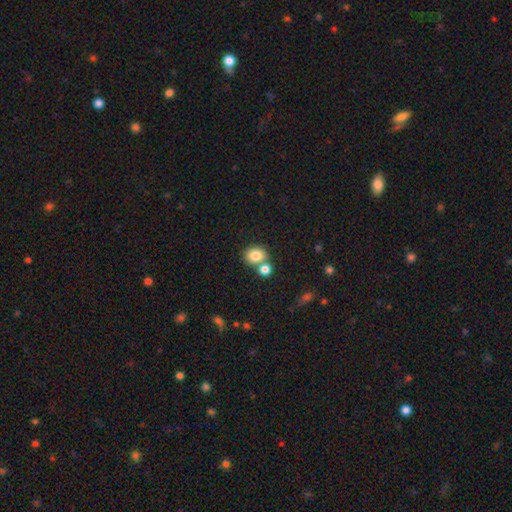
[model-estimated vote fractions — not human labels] smooth-or-featured: smooth: 81% | star or artifact: 10% | featured or disk: 9%
  how-rounded: round: 66% | in between: 33% | cigar-shaped: 1%
  merging: none: 55% | merger: 34% | minor disturbance: 9% | major disturbance: 3%